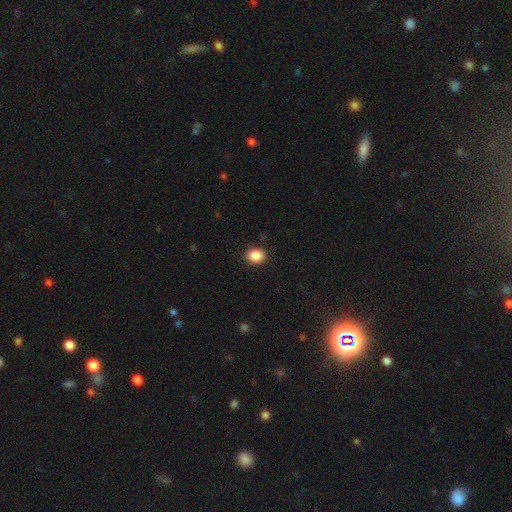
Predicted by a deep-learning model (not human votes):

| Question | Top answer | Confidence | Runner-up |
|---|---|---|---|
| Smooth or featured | smooth | 88% | star or artifact (9%) |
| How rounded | round | 54% | in between (45%) |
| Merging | none | 90% | minor disturbance (7%) |